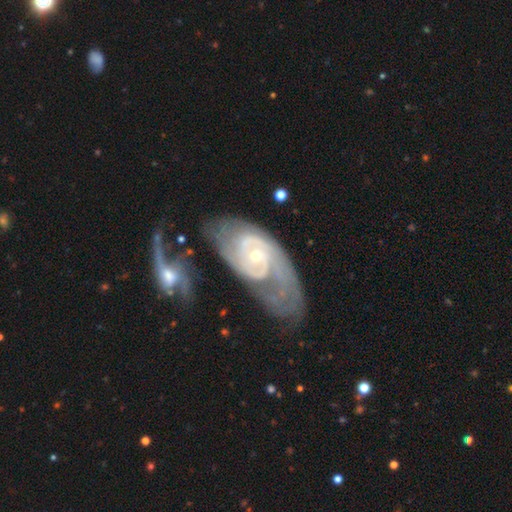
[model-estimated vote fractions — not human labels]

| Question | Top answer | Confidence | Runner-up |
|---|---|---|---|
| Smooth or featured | featured or disk | 87% | smooth (8%) |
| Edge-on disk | no | 95% | yes (5%) |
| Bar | no | 68% | weak (24%) |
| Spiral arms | yes | 94% | no (6%) |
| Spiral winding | tight | 52% | medium (36%) |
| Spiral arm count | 2 | 54% | can't tell (21%) |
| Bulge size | small | 63% | moderate (34%) |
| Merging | none | 38% | merger (23%) |